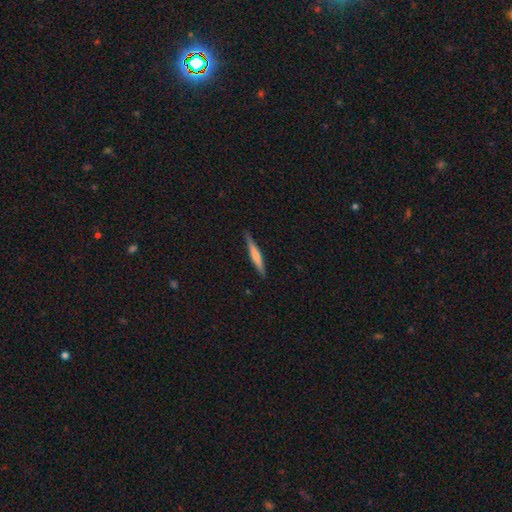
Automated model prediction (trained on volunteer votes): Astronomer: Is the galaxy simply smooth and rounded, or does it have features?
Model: smooth — 53% (runner-up: featured or disk, 42%).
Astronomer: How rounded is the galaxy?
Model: cigar-shaped — 94%.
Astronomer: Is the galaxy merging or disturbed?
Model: none — 88%.